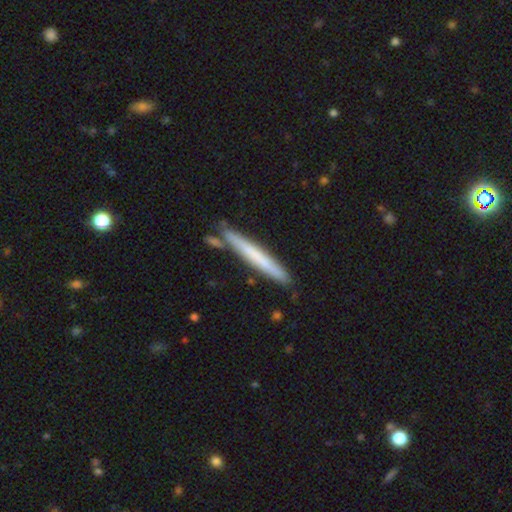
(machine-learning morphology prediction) This appears to be a smooth galaxy with no disk features (58%) that is cigar-shaped (97%). Merging: none (81%).